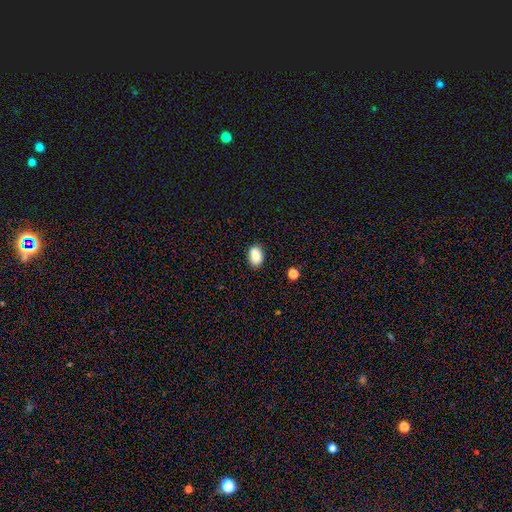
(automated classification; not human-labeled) smooth_or_featured: smooth (p=0.88) [alt: star or artifact p=0.08]
how_rounded: in between (p=0.87) [alt: round p=0.12]
merging: none (p=0.85) [alt: minor disturbance p=0.11]